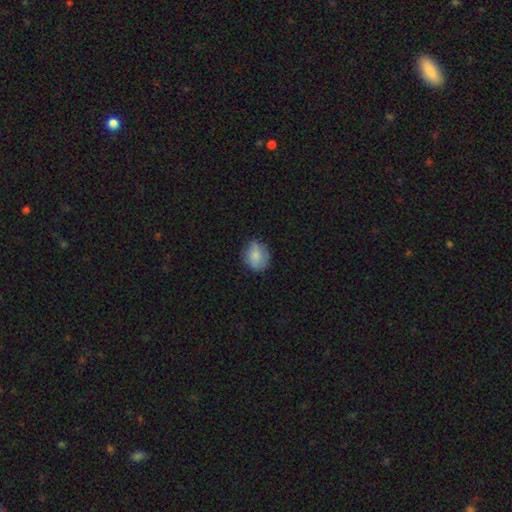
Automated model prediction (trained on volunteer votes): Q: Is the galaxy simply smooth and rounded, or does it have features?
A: smooth — 81%.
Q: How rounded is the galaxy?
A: round — 68%.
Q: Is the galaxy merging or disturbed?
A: none — 75%.